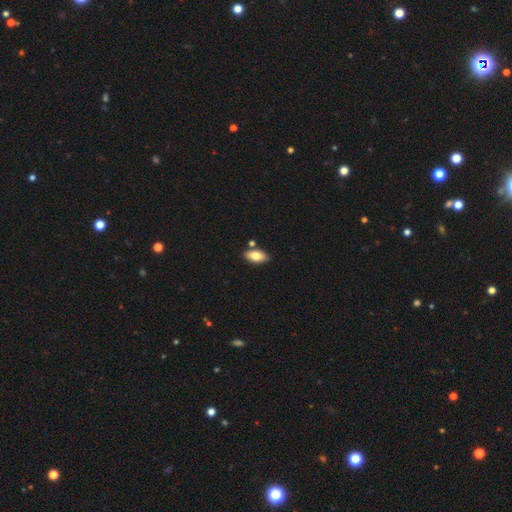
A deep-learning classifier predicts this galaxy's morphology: The model was most divided on "smooth or featured": smooth: 78%, featured or disk: 15%, star or artifact: 7%. More confident: how rounded — in between (91%); merging — none (79%).